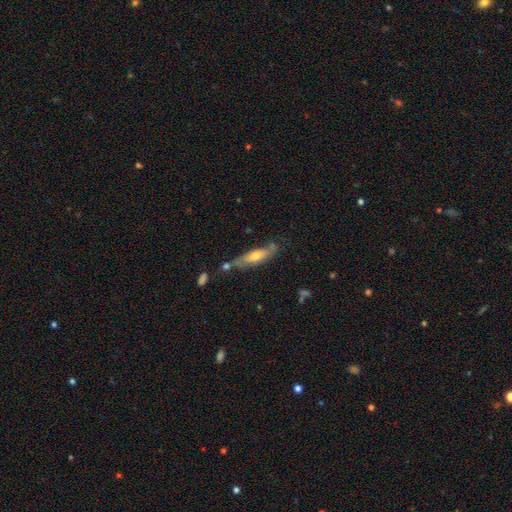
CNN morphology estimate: Smooth or featured? Predicted: featured or disk (p=0.53). Edge-on disk? Predicted: yes (p=0.57). Merging? Predicted: none (p=0.61).